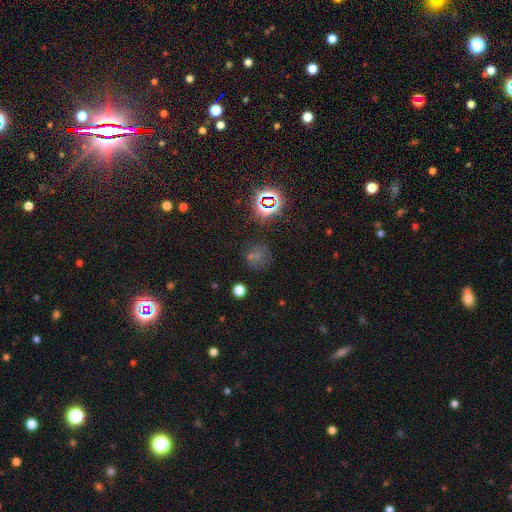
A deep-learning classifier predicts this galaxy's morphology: A smooth galaxy with no disk features (48%).

Vote fractions:
- Smooth or featured? smooth: 48% / star or artifact: 41% / featured or disk: 11%
- Merging? none: 67% / minor disturbance: 15% / merger: 9% / major disturbance: 9%